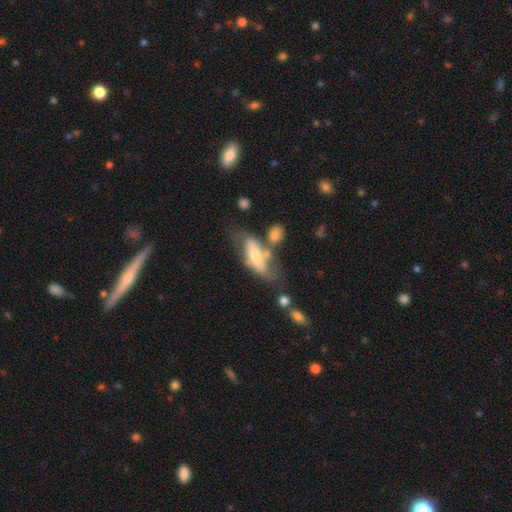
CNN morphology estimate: type=smooth (48%); merging=none (39%).